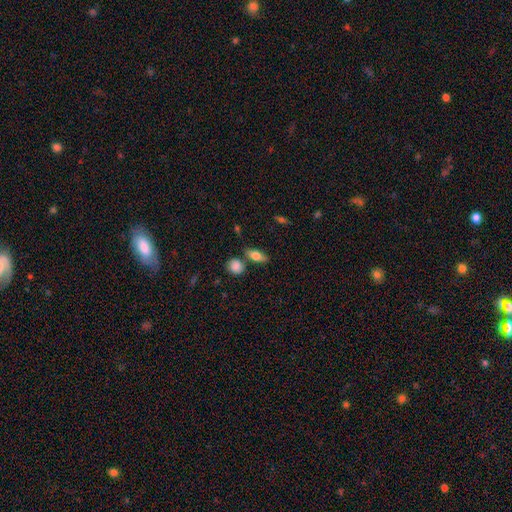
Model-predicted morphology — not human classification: smooth_or_featured: smooth (p=0.67) [alt: featured or disk p=0.25]
how_rounded: in between (p=0.72) [alt: cigar-shaped p=0.20]
merging: none (p=0.74) [alt: minor disturbance p=0.13]